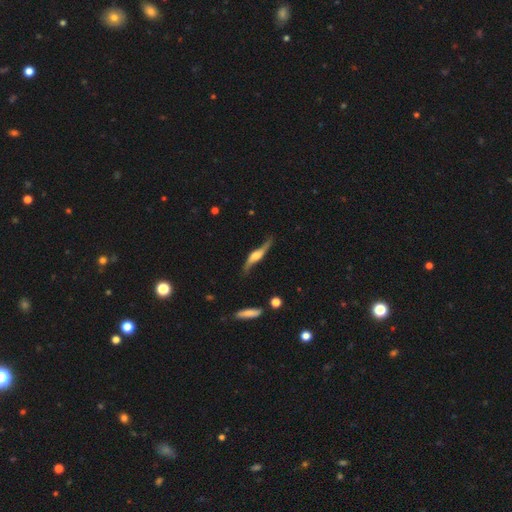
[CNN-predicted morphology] type=featured or disk (79%); edge-on=yes (67%); edge-on bulge=rounded (85%); merging=none (68%).